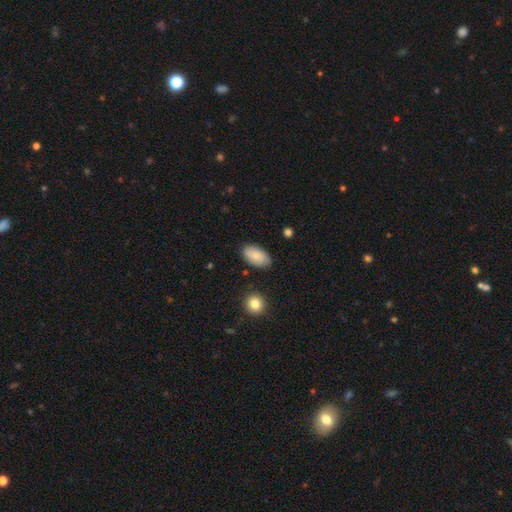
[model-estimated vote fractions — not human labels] smooth-or-featured: smooth: 80% | featured or disk: 13% | star or artifact: 7%
  how-rounded: in between: 94% | round: 4% | cigar-shaped: 2%
  merging: none: 82% | minor disturbance: 13% | major disturbance: 3% | merger: 2%